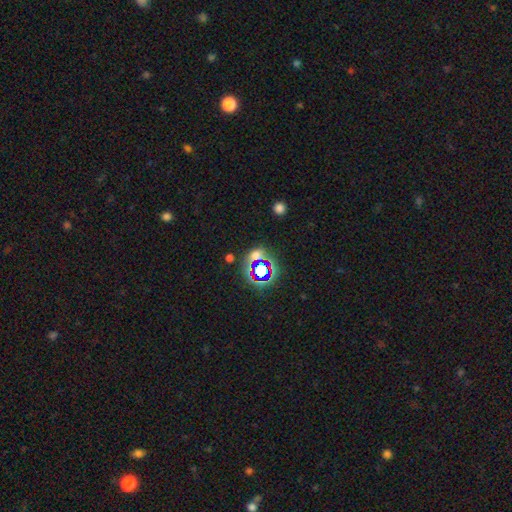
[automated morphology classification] smooth-or-featured: star or artifact: 56% | smooth: 33% | featured or disk: 11%